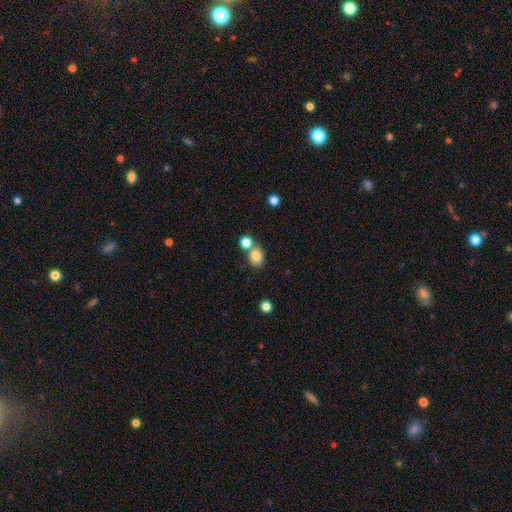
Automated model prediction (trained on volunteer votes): Q: Smooth or featured?
A: smooth (81%); runner-up: star or artifact (11%)
Q: How rounded?
A: in between (52%); runner-up: round (47%)
Q: Merging?
A: none (58%); runner-up: merger (29%)